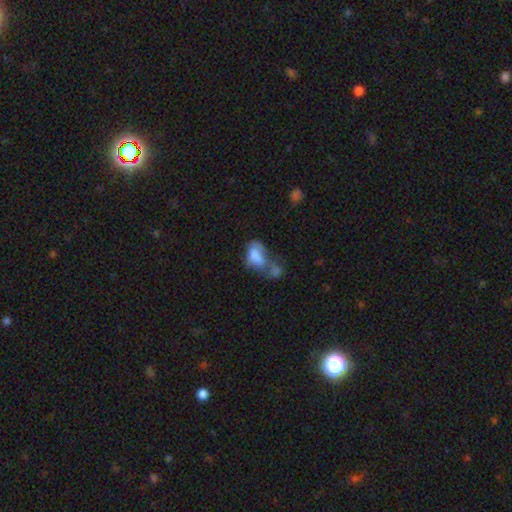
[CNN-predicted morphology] Smooth or featured?
  - smooth: 67% *
  - featured or disk: 24%
  - star or artifact: 10%
How rounded?
  - in between: 87% *
  - round: 9%
  - cigar-shaped: 4%
Merging?
  - merger: 53% *
  - major disturbance: 21%
  - none: 14%
  - minor disturbance: 12%